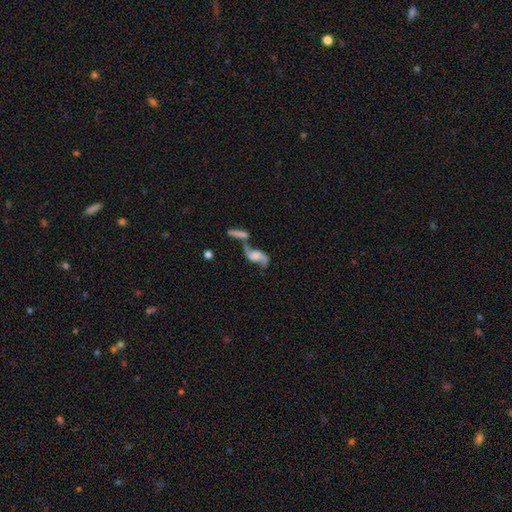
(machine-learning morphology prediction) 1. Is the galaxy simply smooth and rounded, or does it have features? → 68% featured or disk, 24% smooth, 8% star or artifact.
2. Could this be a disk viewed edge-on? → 89% no, 11% yes.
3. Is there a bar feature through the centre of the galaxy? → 61% no, 30% weak, 9% strong.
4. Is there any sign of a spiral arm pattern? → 88% yes, 12% no.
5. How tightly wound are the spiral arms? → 80% loose, 16% medium, 4% tight.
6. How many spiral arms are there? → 87% 2, 6% 1, 4% can't tell, 1% 3, 1% 4, 1% more than 4.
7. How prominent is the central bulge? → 39% none, 21% large, 20% moderate, 16% small, 5% dominant.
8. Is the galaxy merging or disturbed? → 50% merger, 27% none, 12% minor disturbance, 11% major disturbance.